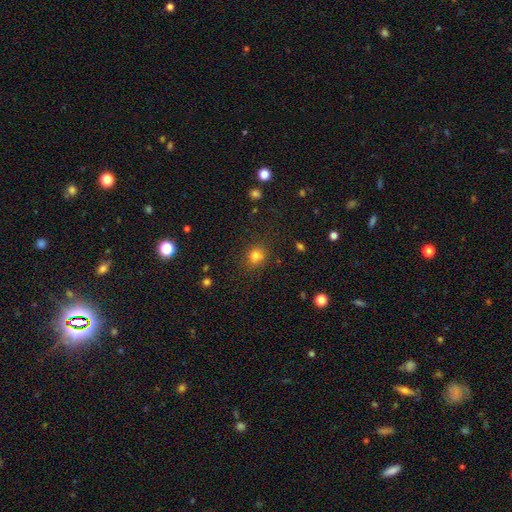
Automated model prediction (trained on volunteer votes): Smooth or featured?
  - smooth: 76% *
  - star or artifact: 16%
  - featured or disk: 8%
How rounded?
  - round: 71% *
  - in between: 28%
  - cigar-shaped: 1%
Merging?
  - none: 73% *
  - minor disturbance: 15%
  - merger: 8%
  - major disturbance: 5%